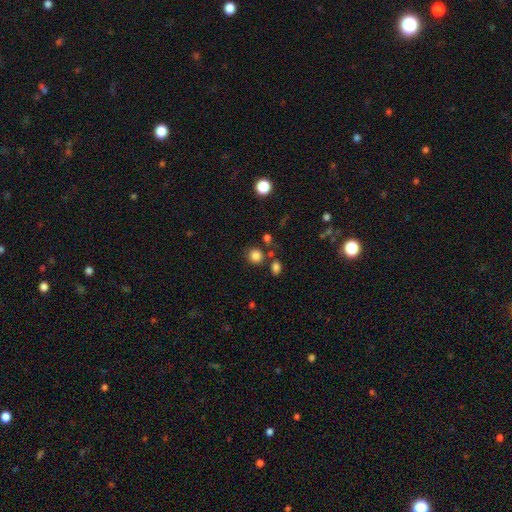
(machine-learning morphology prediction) This is clearly a smooth galaxy (83%). How rounded: clearly round (87%). Merging: likely none (77%).